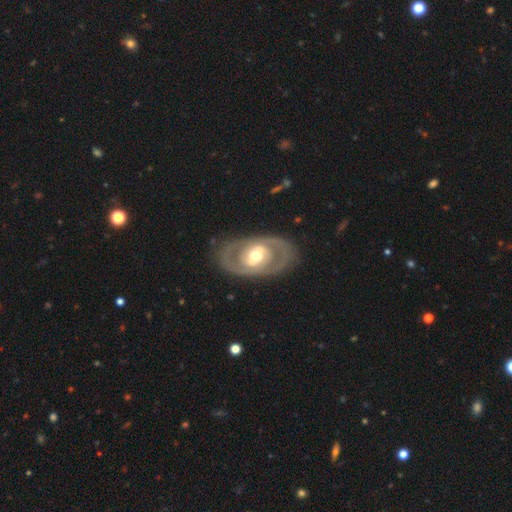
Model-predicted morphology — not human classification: Overall: featured or disk (74%). Edge-on disk: no (92%). Bar: no (48%; weak 32%). Spiral arms: no (53%; yes 47%). Bulge size: moderate (68%). Merging: none (82%).